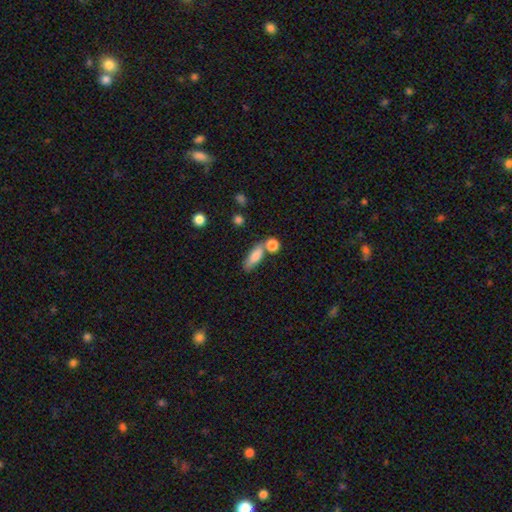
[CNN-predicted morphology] A smooth galaxy with no disk features (80%) that is in between round and cigar-shaped (60%). Merging: none (57%).